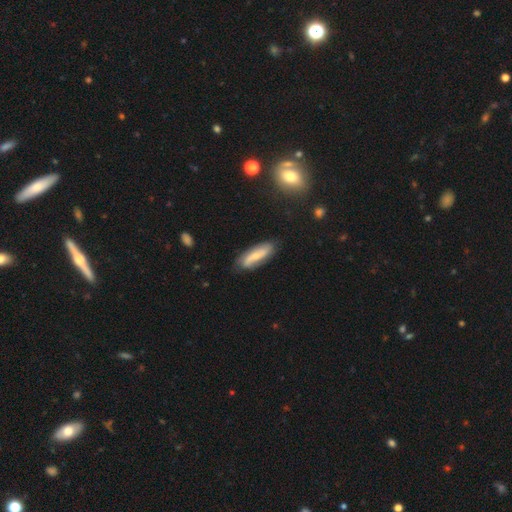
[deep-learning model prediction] The model was most divided on "bar": no: 41%, weak: 35%, strong: 24%. More confident: spiral arms — yes (88%); edge-on disk — no (83%); merging — none (79%); smooth or featured — featured or disk (60%); bulge size — small (59%).